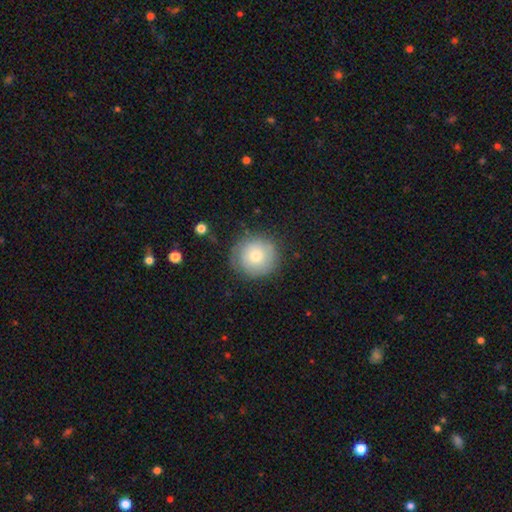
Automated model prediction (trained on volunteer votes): This appears to be a smooth galaxy with no disk features (69%) that is round (94%). Merging: none (79%).